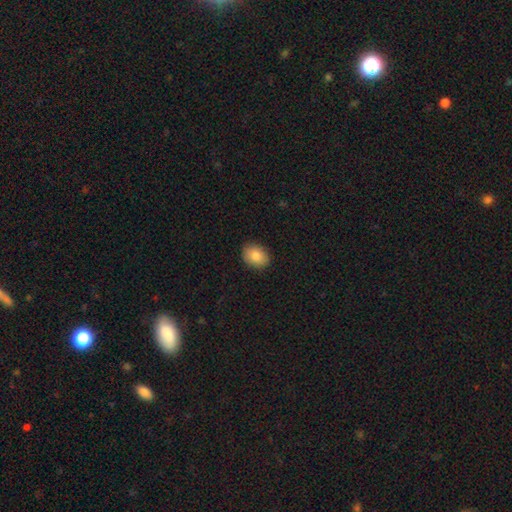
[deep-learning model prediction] A smooth galaxy with no disk features (85%) that is in between round and cigar-shaped (67%).

Vote fractions:
- Smooth or featured? smooth: 85% / featured or disk: 8% / star or artifact: 8%
- How rounded? in between: 67% / round: 32% / cigar-shaped: 1%
- Merging? none: 89% / minor disturbance: 8% / major disturbance: 2% / merger: 1%